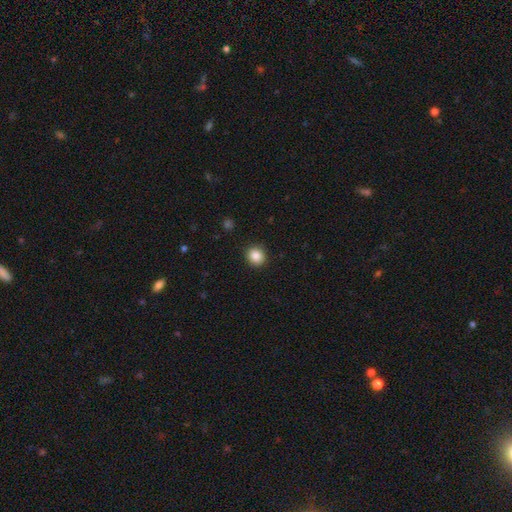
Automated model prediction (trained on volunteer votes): Q: Smooth or featured?
A: smooth (87%); runner-up: star or artifact (10%)
Q: How rounded?
A: round (83%); runner-up: in between (16%)
Q: Merging?
A: none (91%); runner-up: minor disturbance (6%)